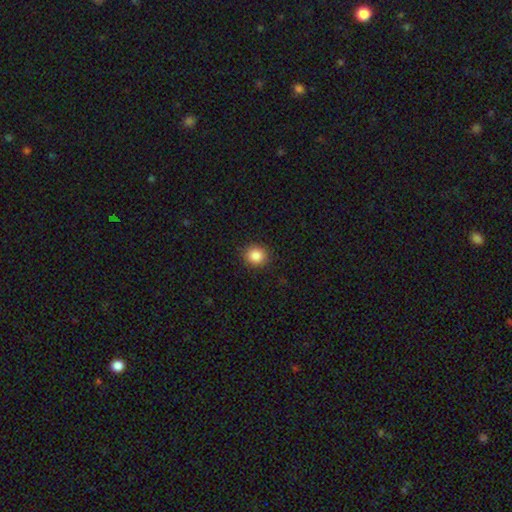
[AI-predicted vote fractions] A smooth galaxy with no disk features (86%) that is round (88%).

Vote fractions:
- Smooth or featured? smooth: 86% / star or artifact: 10% / featured or disk: 4%
- How rounded? round: 88% / in between: 11% / cigar-shaped: 1%
- Merging? none: 91% / minor disturbance: 6% / major disturbance: 2% / merger: 1%